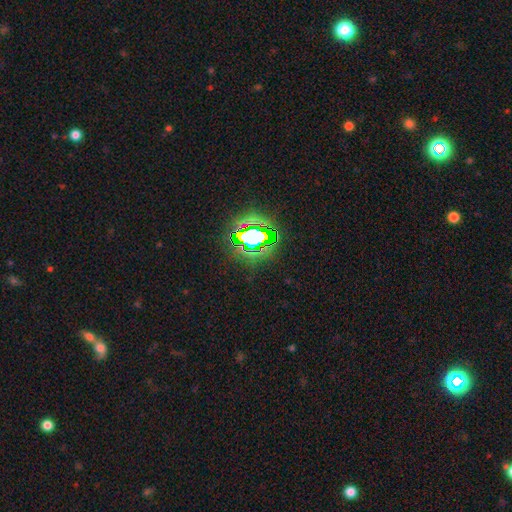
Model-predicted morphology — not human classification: Smooth or featured: star or artifact — 80% (smooth — 13%)